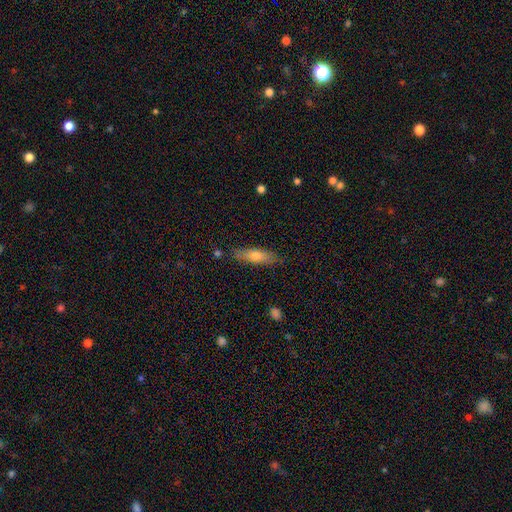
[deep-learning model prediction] Smooth or featured? Predicted: smooth (p=0.63). How rounded? Predicted: cigar-shaped (p=0.64). Merging? Predicted: none (p=0.83).